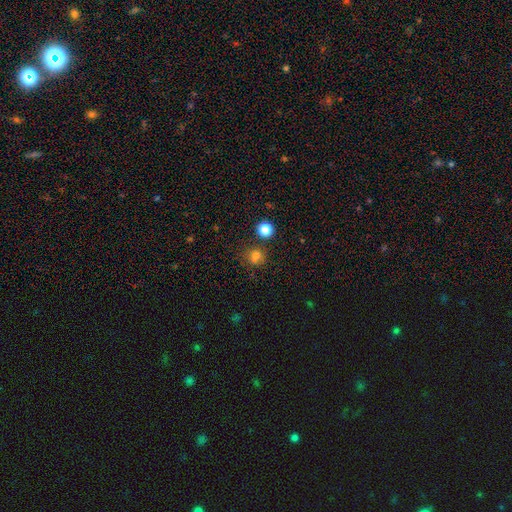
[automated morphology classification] Smooth or featured? Predicted: smooth (p=0.71). How rounded? Predicted: round (p=0.83). Merging? Predicted: none (p=0.66).